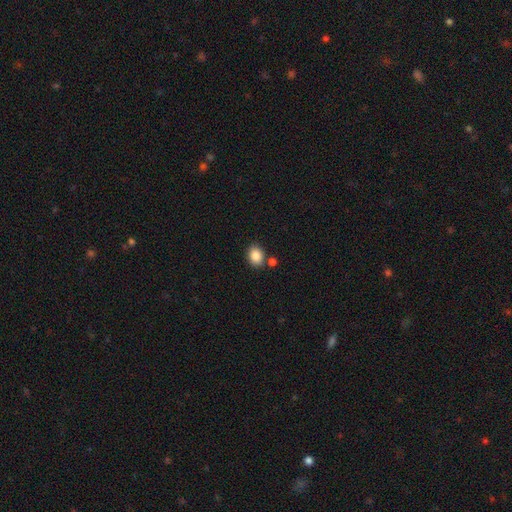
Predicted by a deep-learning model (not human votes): Smooth or featured?
  - smooth: 87% *
  - star or artifact: 8%
  - featured or disk: 5%
How rounded?
  - in between: 62% *
  - round: 37%
  - cigar-shaped: 1%
Merging?
  - none: 75% *
  - minor disturbance: 11%
  - merger: 11%
  - major disturbance: 3%